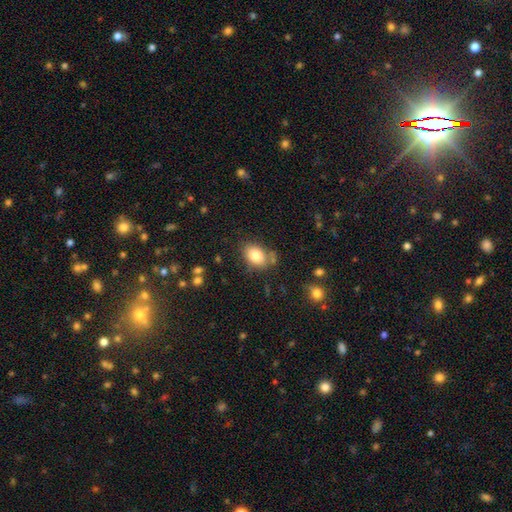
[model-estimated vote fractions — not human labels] smooth-or-featured: smooth: 82% | featured or disk: 9% | star or artifact: 9%
  how-rounded: in between: 74% | round: 25% | cigar-shaped: 1%
  merging: none: 72% | minor disturbance: 17% | merger: 7% | major disturbance: 4%